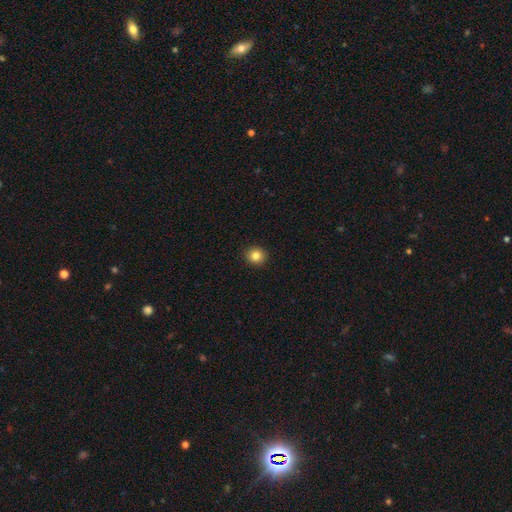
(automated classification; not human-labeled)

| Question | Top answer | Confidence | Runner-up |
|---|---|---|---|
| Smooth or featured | smooth | 83% | star or artifact (11%) |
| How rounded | round | 88% | in between (11%) |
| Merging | none | 93% | minor disturbance (5%) |